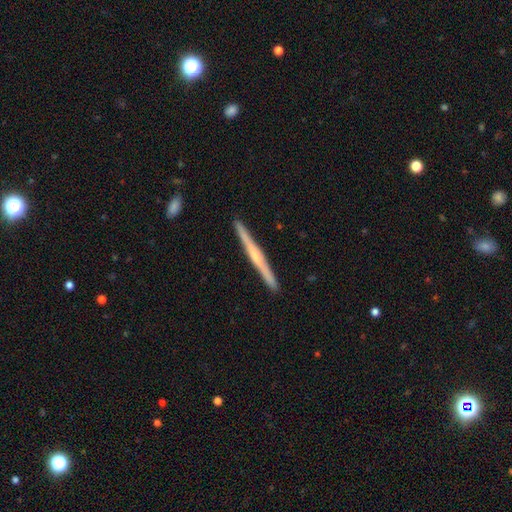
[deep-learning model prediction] A featured or disk galaxy (69%) viewed edge-on (98%) with a rounded central bulge (60%).

Vote fractions:
- Smooth or featured? featured or disk: 69% / smooth: 25% / star or artifact: 6%
- Edge-on disk? yes: 98% / no: 2%
- Edge-on bulge? rounded: 60% / none: 33% / boxy: 7%
- Merging? none: 92% / minor disturbance: 5% / major disturbance: 1% / merger: 1%